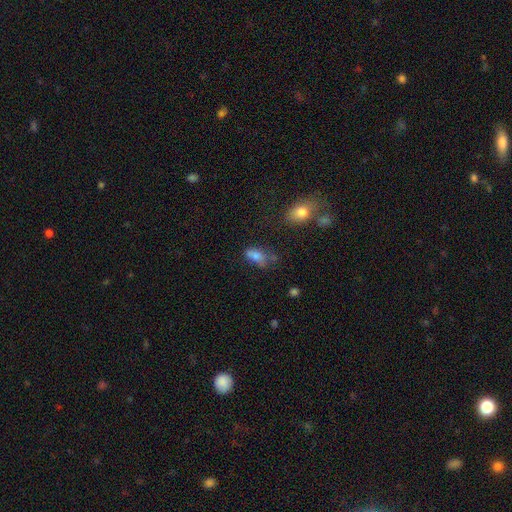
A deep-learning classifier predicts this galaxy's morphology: smooth_or_featured: smooth (p=0.73) [alt: featured or disk p=0.15]
how_rounded: in between (p=0.84) [alt: round p=0.10]
merging: none (p=0.44) [alt: minor disturbance p=0.28]